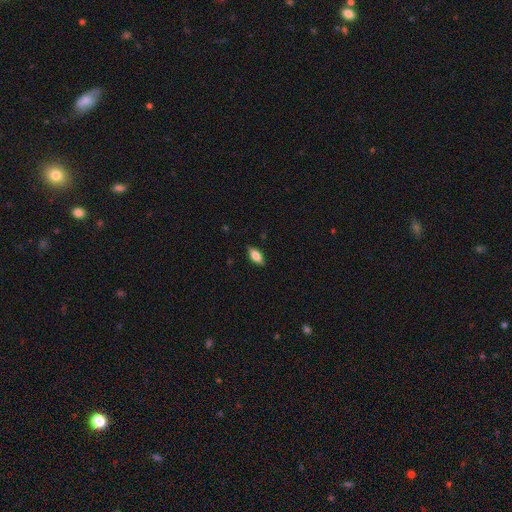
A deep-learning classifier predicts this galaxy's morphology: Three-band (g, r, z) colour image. It shows a smooth galaxy with no disk features (74%) that is in between round and cigar-shaped (80%). Merging: none (86%).